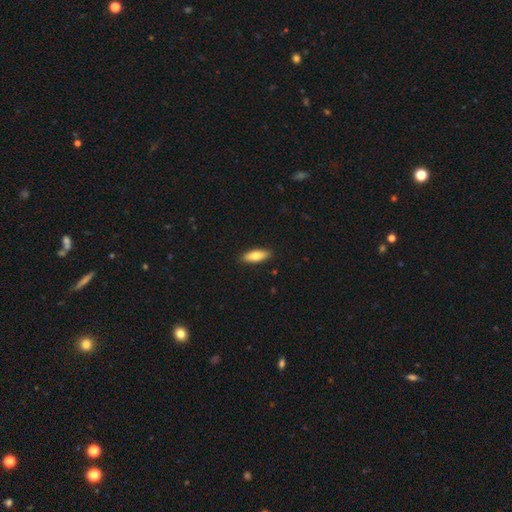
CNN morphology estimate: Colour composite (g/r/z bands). It shows a smooth galaxy with no disk features (77%) that is in between round and cigar-shaped (67%). Merging: none (90%).